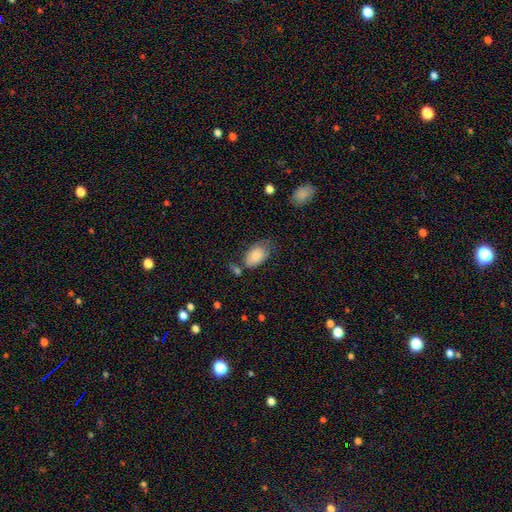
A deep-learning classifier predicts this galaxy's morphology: This appears to be a smooth galaxy with no disk features (84%) that is in between round and cigar-shaped (92%). Merging: none (50%).